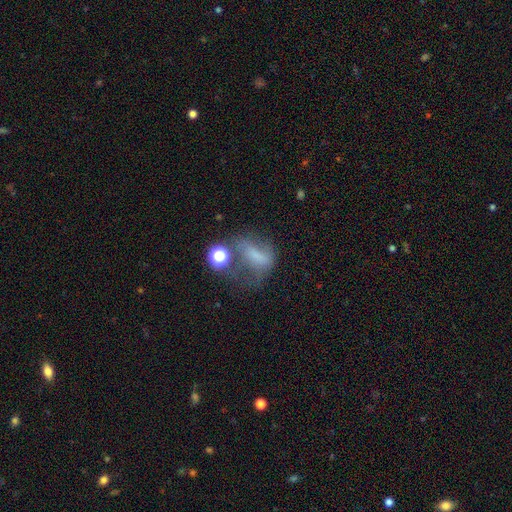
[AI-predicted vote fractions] This appears to be a smooth galaxy with no disk features (48%). Merging: major disturbance (41%).